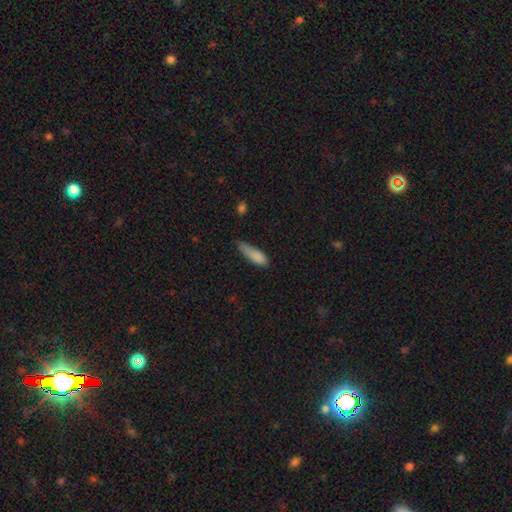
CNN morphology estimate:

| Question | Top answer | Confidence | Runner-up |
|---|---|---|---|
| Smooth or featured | smooth | 84% | featured or disk (9%) |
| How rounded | cigar-shaped | 57% | in between (41%) |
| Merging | minor disturbance | 44% | none (40%) |